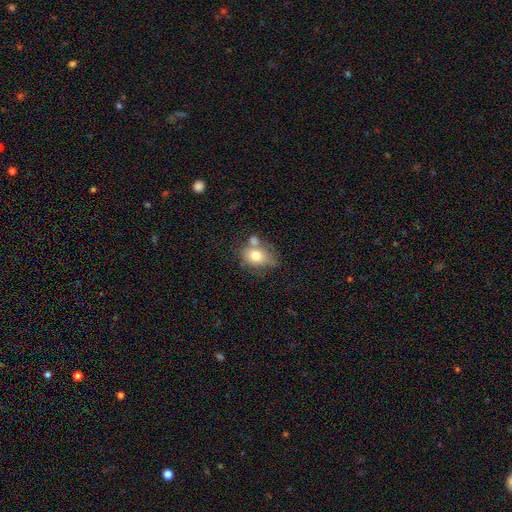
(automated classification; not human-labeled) smooth_or_featured: smooth (p=0.72) [alt: featured or disk p=0.19]
how_rounded: in between (p=0.61) [alt: round p=0.38]
merging: none (p=0.39) [alt: merger p=0.31]